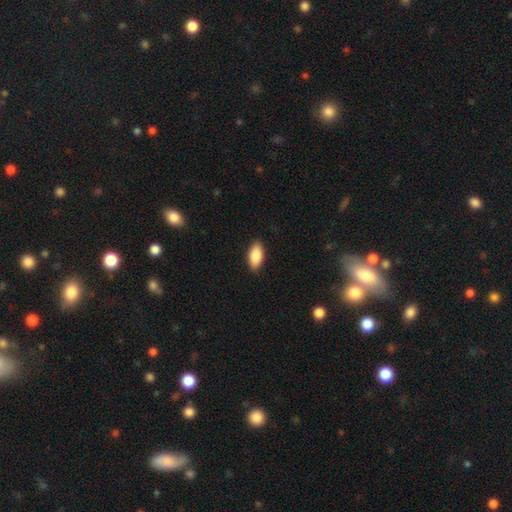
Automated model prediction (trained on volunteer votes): Smooth or featured? Predicted: smooth (p=0.89). How rounded? Predicted: in between (p=0.93). Merging? Predicted: none (p=0.89).